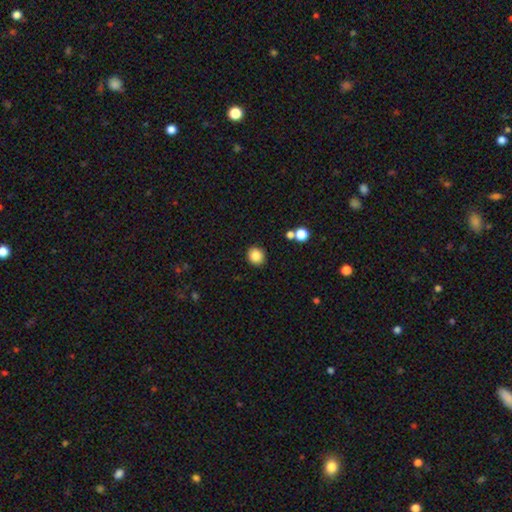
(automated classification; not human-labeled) Morphology: type=smooth (87%); roundness=round (81%); merging=none (89%).